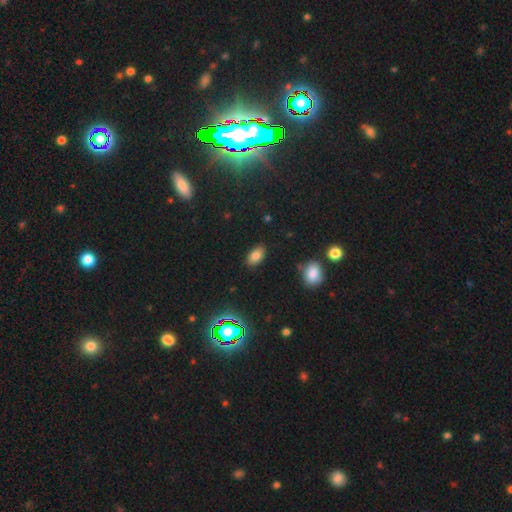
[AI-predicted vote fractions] Smooth or featured?
  - smooth: 78% *
  - star or artifact: 14%
  - featured or disk: 9%
How rounded?
  - in between: 90% *
  - round: 8%
  - cigar-shaped: 2%
Merging?
  - none: 86% *
  - minor disturbance: 10%
  - major disturbance: 2%
  - merger: 2%